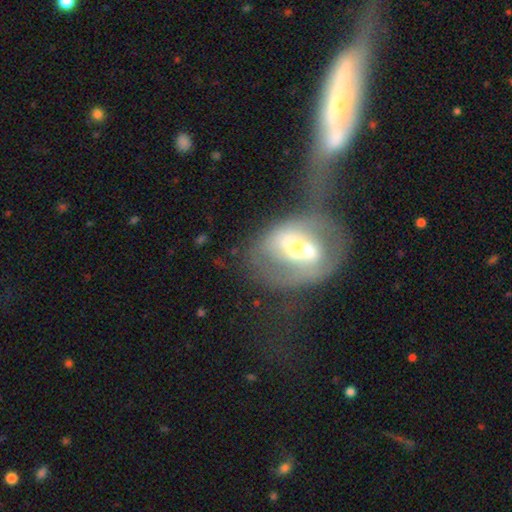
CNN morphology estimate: featured or disk 67%, smooth 25%, star or artifact 8%. Down the decision tree: edge-on disk — no (91%); bar — no (37%); spiral arms — yes (50%, tied with no); bulge size — moderate (58%); merging — merger (66%).